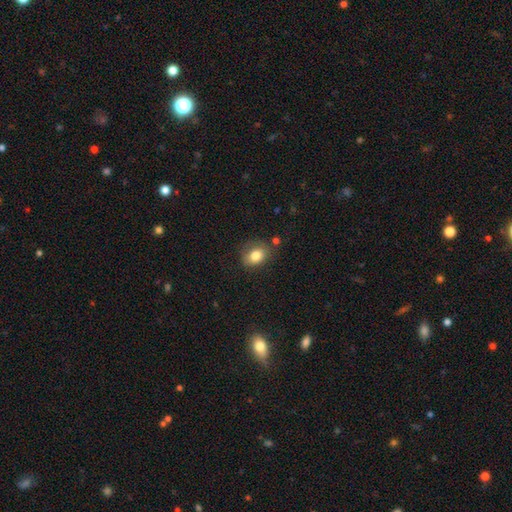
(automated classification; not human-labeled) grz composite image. It shows a smooth galaxy with no disk features (81%) that is in between round and cigar-shaped (62%). Merging: none (71%).